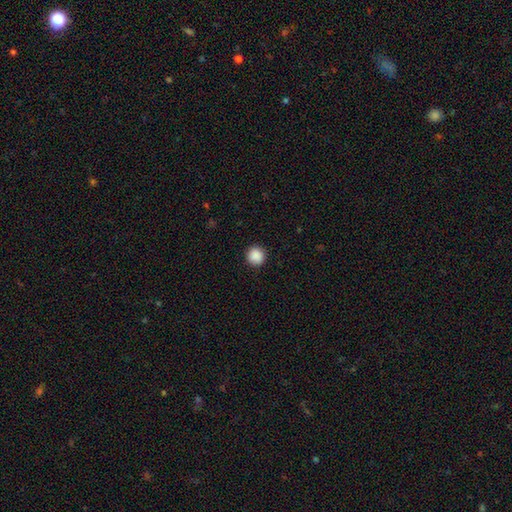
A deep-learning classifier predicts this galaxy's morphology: smooth 89%, star or artifact 9%, featured or disk 3%. Down the decision tree: how rounded — round (91%); merging — none (90%).